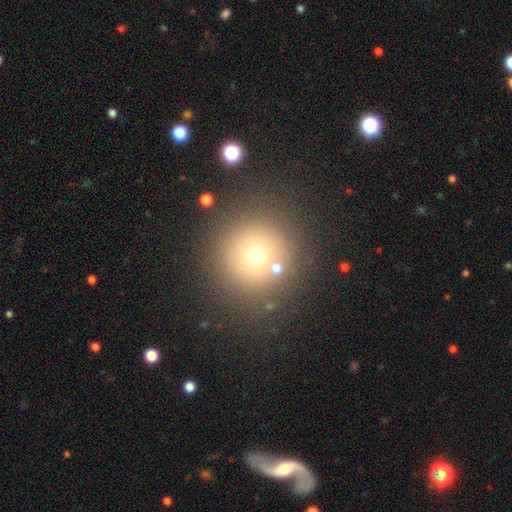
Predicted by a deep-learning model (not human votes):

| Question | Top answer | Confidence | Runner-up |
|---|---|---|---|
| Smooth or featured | smooth | 66% | star or artifact (22%) |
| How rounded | round | 95% | in between (4%) |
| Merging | none | 82% | minor disturbance (7%) |